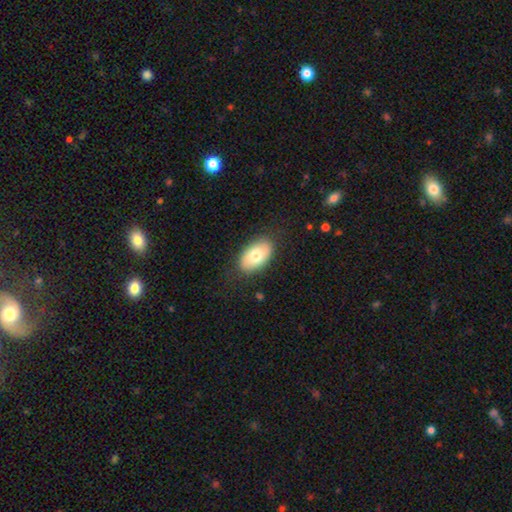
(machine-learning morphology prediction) The model was most divided on "smooth or featured": smooth: 71%, featured or disk: 22%, star or artifact: 6%. More confident: how rounded — in between (93%); merging — none (83%).